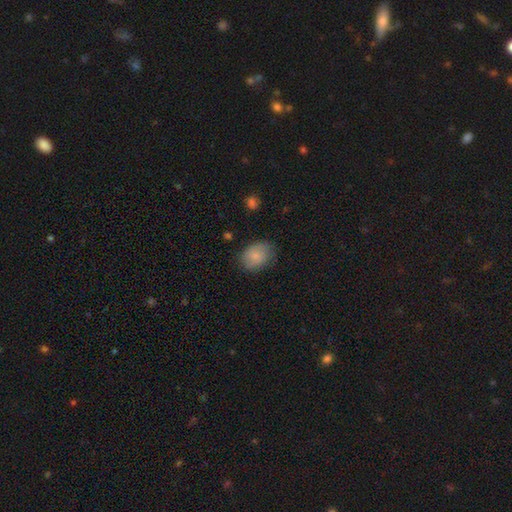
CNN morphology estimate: smooth_or_featured: smooth (p=0.81) [alt: featured or disk p=0.11]
how_rounded: in between (p=0.66) [alt: round p=0.33]
merging: none (p=0.76) [alt: minor disturbance p=0.18]